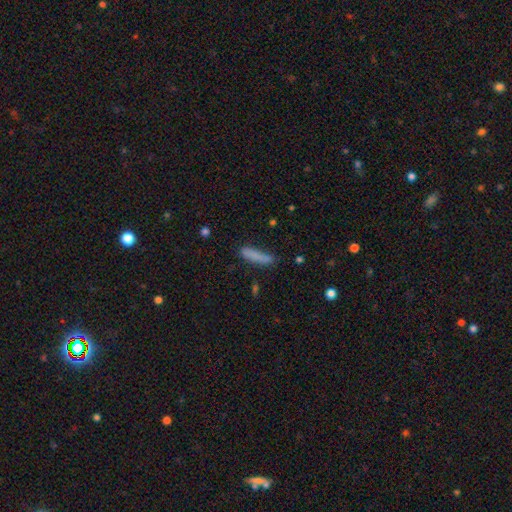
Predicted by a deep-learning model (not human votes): smooth-or-featured: smooth: 81% | featured or disk: 11% | star or artifact: 8%
  how-rounded: cigar-shaped: 84% | in between: 15% | round: 2%
  merging: none: 71% | minor disturbance: 20% | major disturbance: 6% | merger: 3%